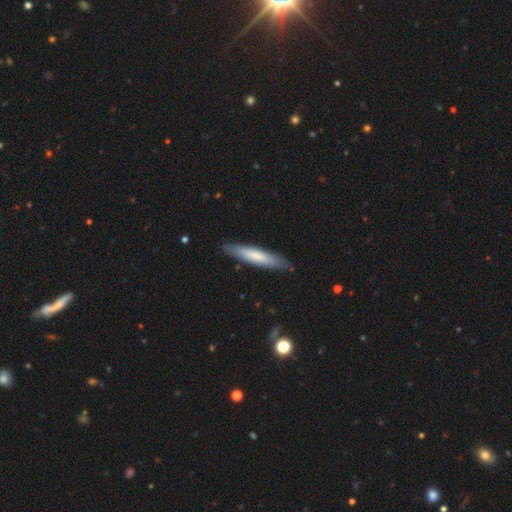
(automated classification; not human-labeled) A smooth galaxy with no disk features (73%) that is cigar-shaped (87%). Merging: none (87%).